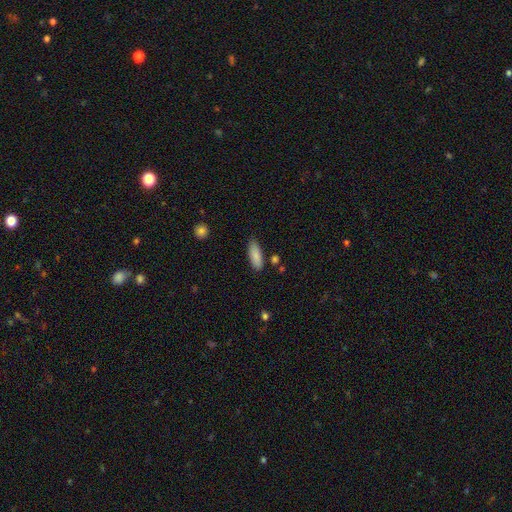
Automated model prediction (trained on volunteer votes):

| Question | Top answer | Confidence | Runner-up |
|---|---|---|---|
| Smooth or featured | smooth | 85% | featured or disk (8%) |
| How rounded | in between | 66% | cigar-shaped (32%) |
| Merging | none | 83% | minor disturbance (12%) |